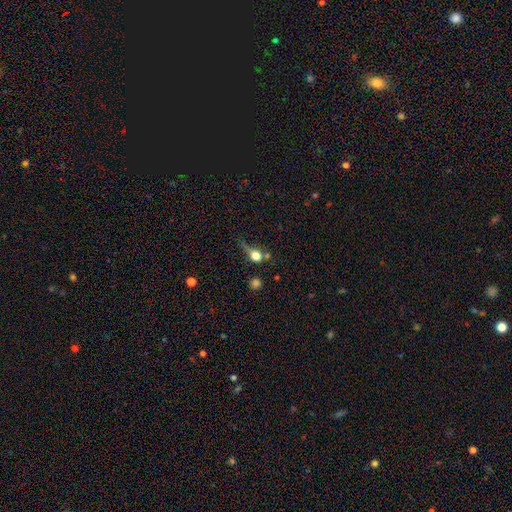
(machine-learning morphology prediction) Smooth or featured: smooth — 71% (featured or disk — 15%)
How rounded: round — 69% (in between — 26%)
Merging: none — 38% (minor disturbance — 25%)